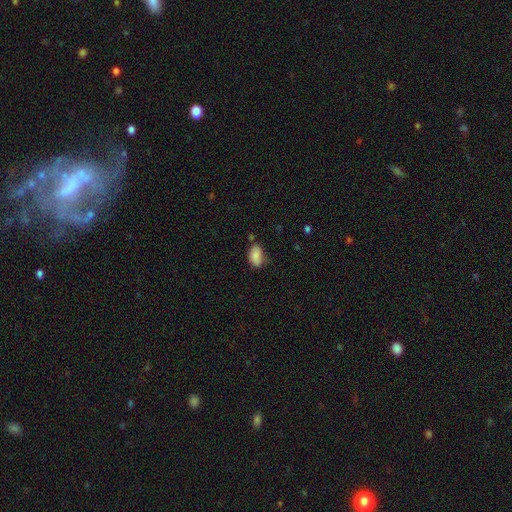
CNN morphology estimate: Overall: smooth (85%). How rounded: in between (88%). Merging: none (59%; minor disturbance 29%).